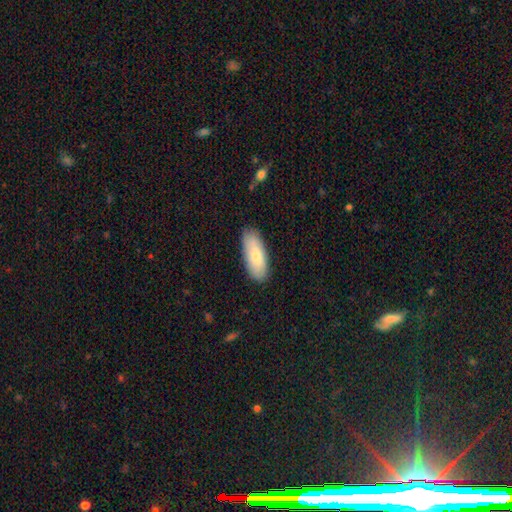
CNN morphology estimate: smooth 80%, featured or disk 14%, star or artifact 6%. Down the decision tree: how rounded — in between (78%); merging — none (86%).